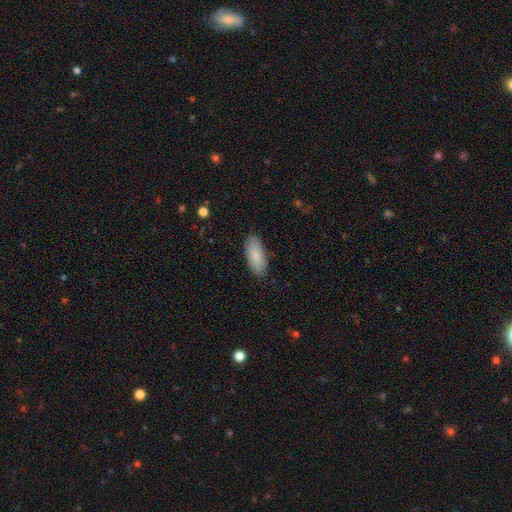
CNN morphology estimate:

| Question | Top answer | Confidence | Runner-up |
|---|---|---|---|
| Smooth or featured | smooth | 85% | featured or disk (9%) |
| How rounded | in between | 83% | cigar-shaped (15%) |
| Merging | none | 86% | minor disturbance (11%) |